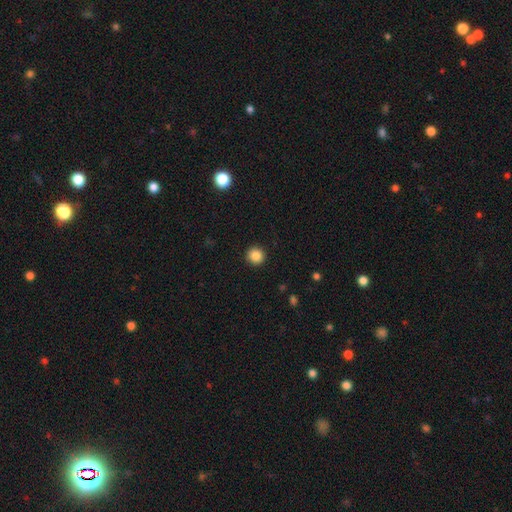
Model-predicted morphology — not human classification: The model was most divided on "smooth or featured": smooth: 86%, star or artifact: 10%, featured or disk: 4%. More confident: how rounded — round (94%); merging — none (92%).